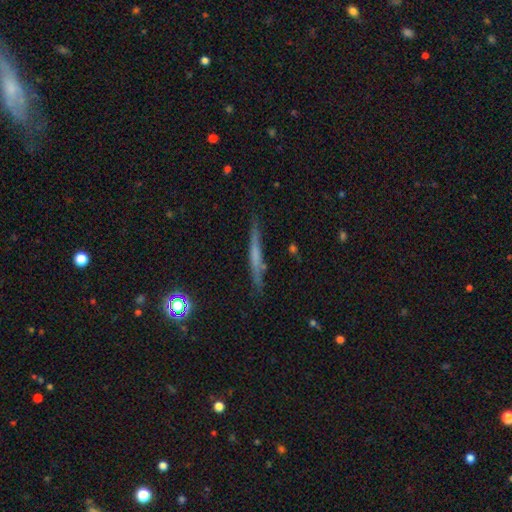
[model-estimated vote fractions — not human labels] Overall: featured or disk (49%; smooth 40%). Merging: none (84%).